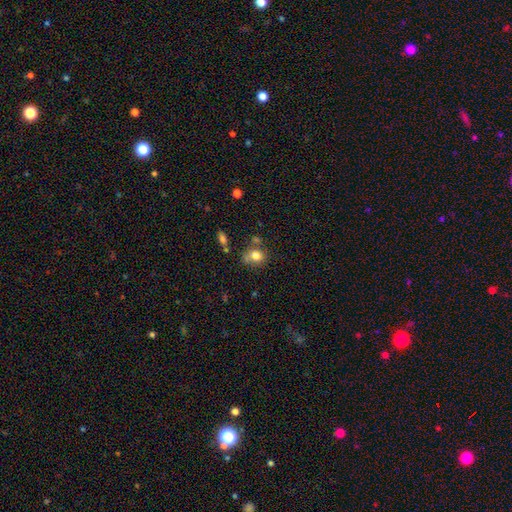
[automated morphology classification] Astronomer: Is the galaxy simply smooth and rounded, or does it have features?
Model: smooth — 78%.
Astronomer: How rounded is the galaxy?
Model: round — 57% (runner-up: in between, 41%).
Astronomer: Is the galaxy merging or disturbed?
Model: none — 56%.